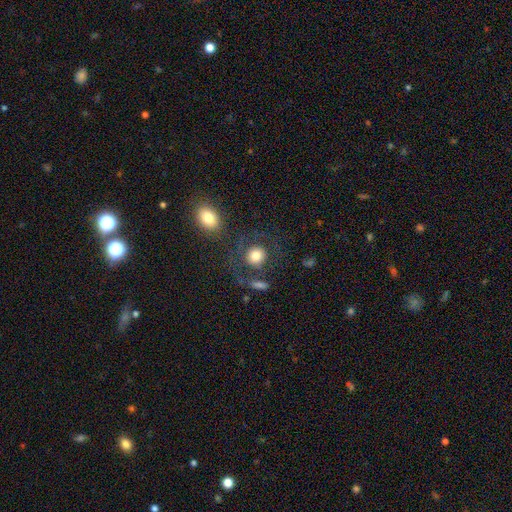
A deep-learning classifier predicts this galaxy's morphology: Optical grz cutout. It shows a smooth galaxy with no disk features (77%) that is round (85%). Merging: none (71%).